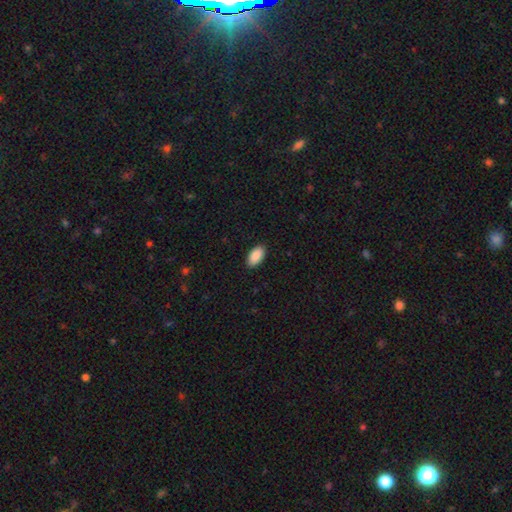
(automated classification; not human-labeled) Smooth or featured? Predicted: smooth (p=0.91). How rounded? Predicted: in between (p=0.95). Merging? Predicted: none (p=0.90).